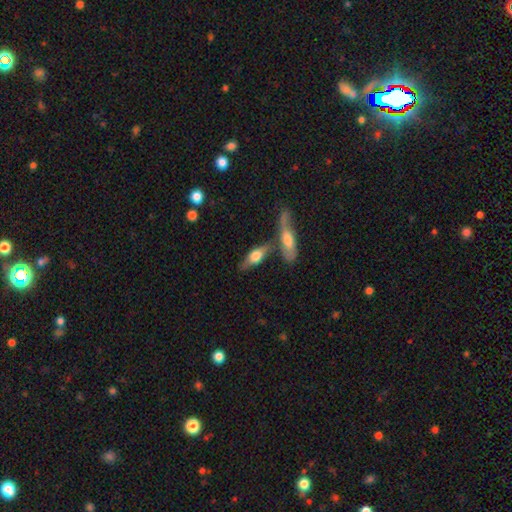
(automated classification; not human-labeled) Smooth or featured? Predicted: featured or disk (p=0.47). Merging? Predicted: none (p=0.54).